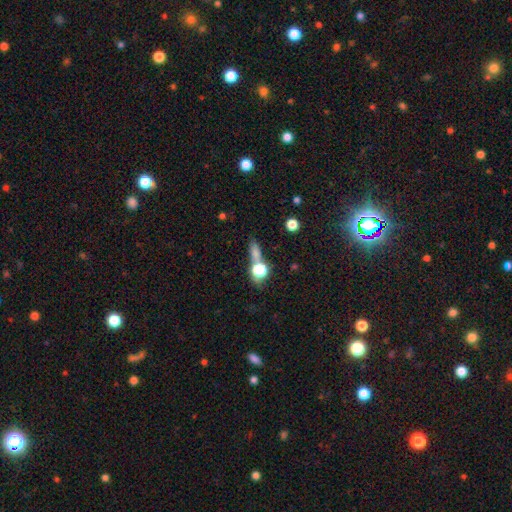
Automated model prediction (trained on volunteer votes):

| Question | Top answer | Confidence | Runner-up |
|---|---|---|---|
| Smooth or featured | smooth | 65% | star or artifact (22%) |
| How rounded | round | 36% | in between (35%) |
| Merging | none | 58% | merger (23%) |